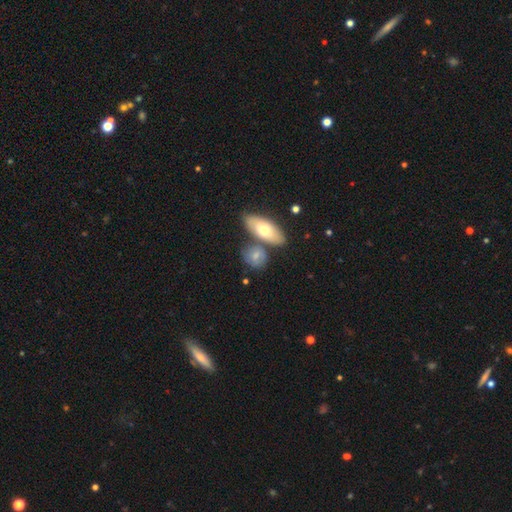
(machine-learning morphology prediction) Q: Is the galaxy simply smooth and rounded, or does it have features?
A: smooth — 67%.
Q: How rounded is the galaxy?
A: in between — 58%.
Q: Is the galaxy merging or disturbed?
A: none — 59%.